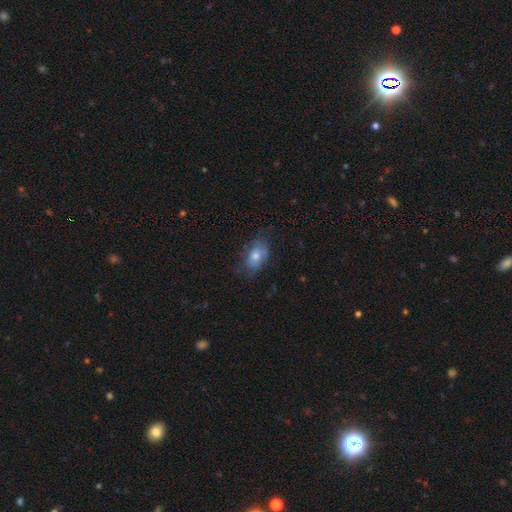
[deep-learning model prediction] Overall: smooth (59%; featured or disk 30%). How rounded: in between (86%). Merging: none (63%; minor disturbance 25%).